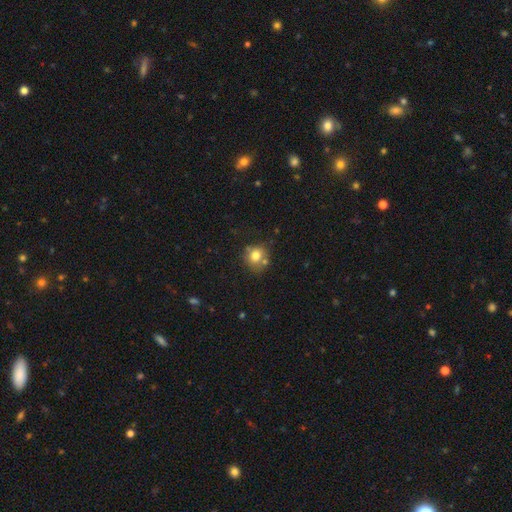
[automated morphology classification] Smooth or featured? smooth (77%)
How rounded? round (76%)
Merging? none (58%)